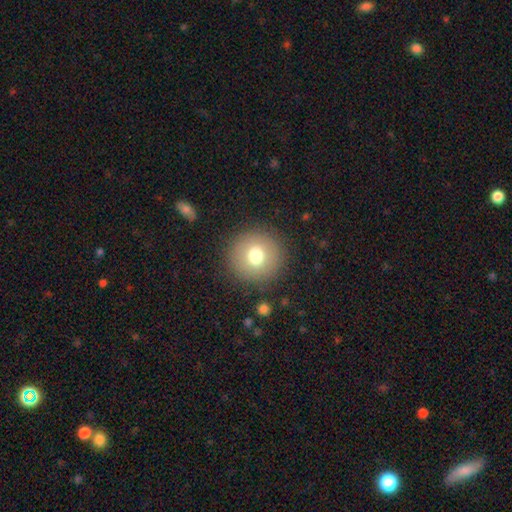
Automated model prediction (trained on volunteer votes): Overall: smooth (74%). How rounded: round (95%). Merging: none (89%).